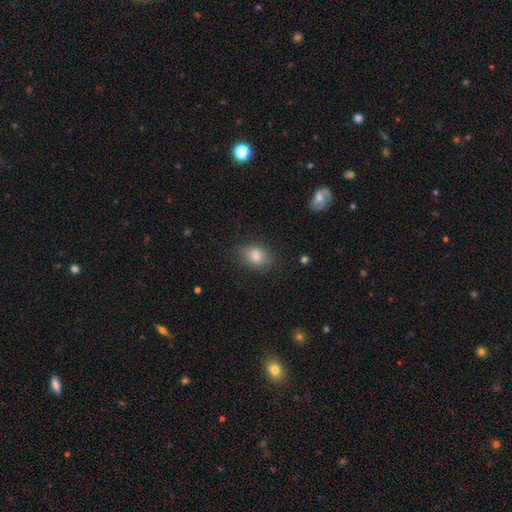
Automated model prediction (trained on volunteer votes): The model was most divided on "how rounded": in between: 69%, round: 30%, cigar-shaped: 1%. More confident: smooth or featured — smooth (84%); merging — none (75%).